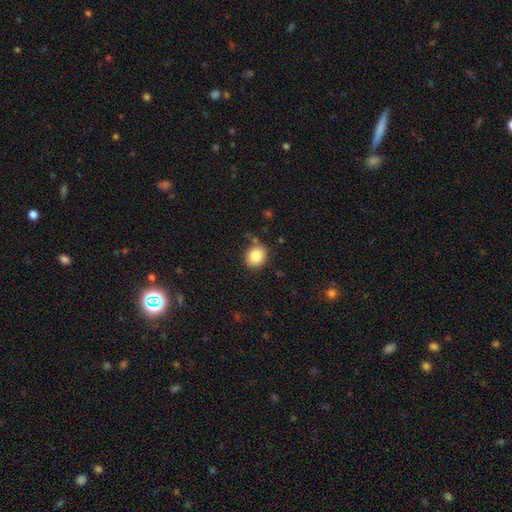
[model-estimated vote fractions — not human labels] Smooth or featured: smooth — 86% (star or artifact — 9%)
How rounded: round — 62% (in between — 37%)
Merging: none — 81% (minor disturbance — 12%)